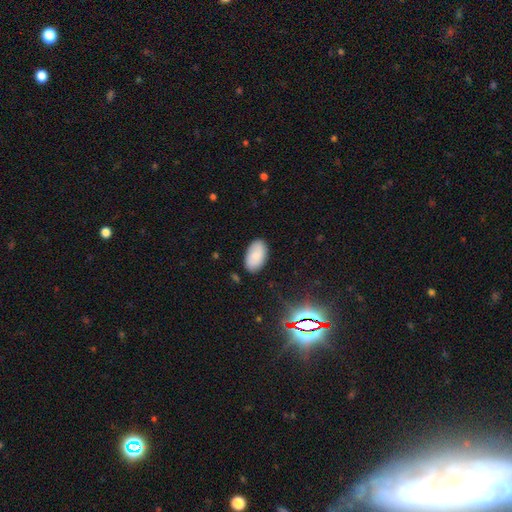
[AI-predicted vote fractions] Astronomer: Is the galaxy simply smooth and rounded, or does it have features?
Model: smooth — 80%.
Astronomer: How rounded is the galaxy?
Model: in between — 95%.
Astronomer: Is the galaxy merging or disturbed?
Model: none — 84%.